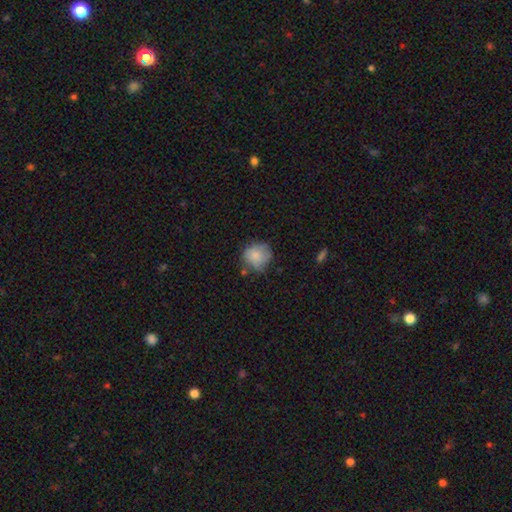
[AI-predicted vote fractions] This appears to be a smooth galaxy with no disk features (79%) that is round (82%). Merging: none (58%).